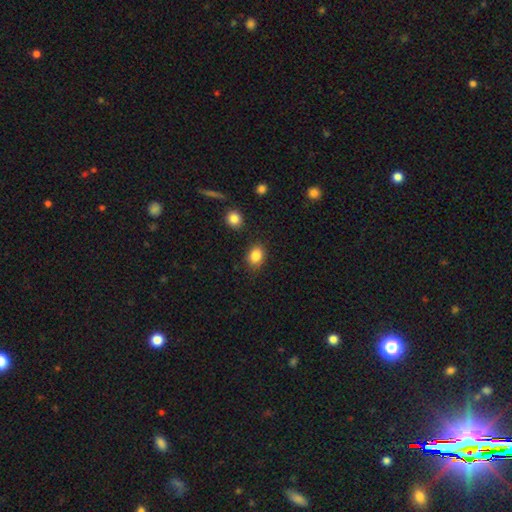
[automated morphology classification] This is clearly a smooth galaxy (85%). How rounded: possibly in between (59%). Merging: clearly none (83%).